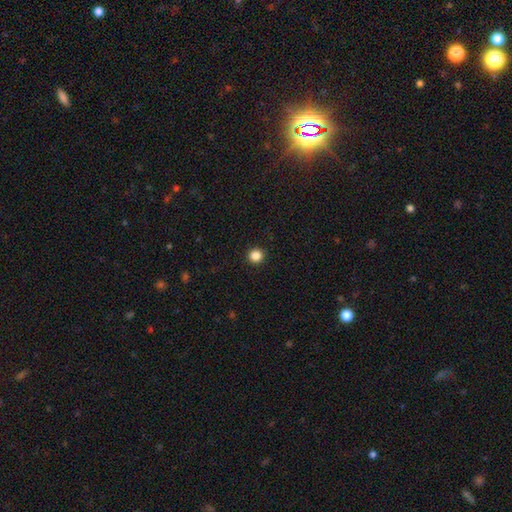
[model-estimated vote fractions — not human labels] Smooth or featured? smooth (85%)
How rounded? round (95%)
Merging? none (93%)